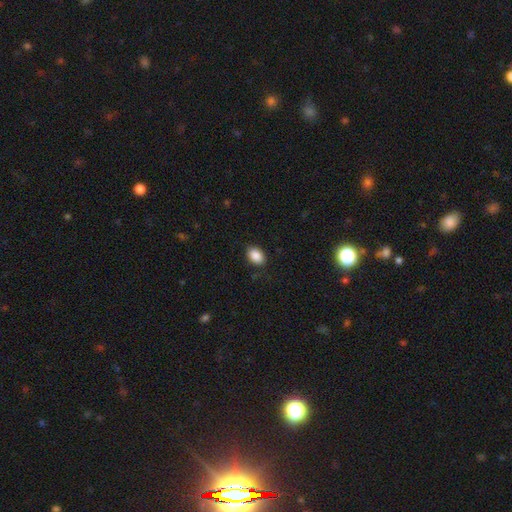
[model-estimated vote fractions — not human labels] smooth_or_featured: smooth (p=0.89) [alt: star or artifact p=0.08]
how_rounded: in between (p=0.86) [alt: round p=0.13]
merging: none (p=0.87) [alt: minor disturbance p=0.10]